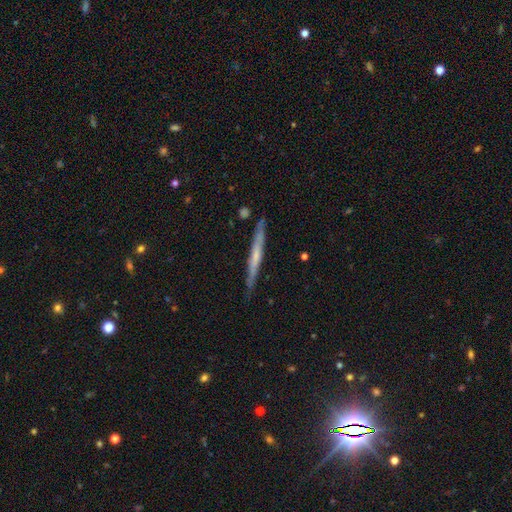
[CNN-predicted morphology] Smooth or featured? featured or disk (57%)
Edge-on disk? yes (95%)
Edge-on bulge? none (68%)
Merging? none (84%)